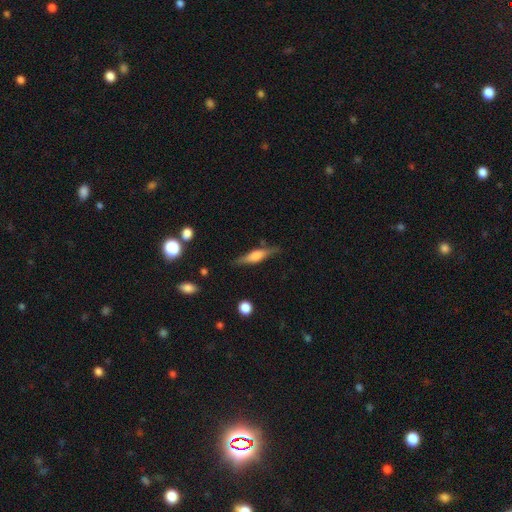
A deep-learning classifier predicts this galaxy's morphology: featured or disk 54%, smooth 39%, star or artifact 7%. Down the decision tree: edge-on disk — yes (93%); edge-on bulge — rounded (71%); merging — none (81%).